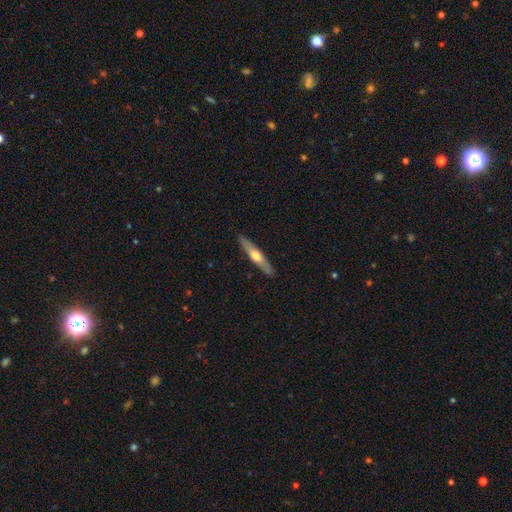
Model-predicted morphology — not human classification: type=featured or disk (53%); edge-on=yes (92%); merging=none (90%).